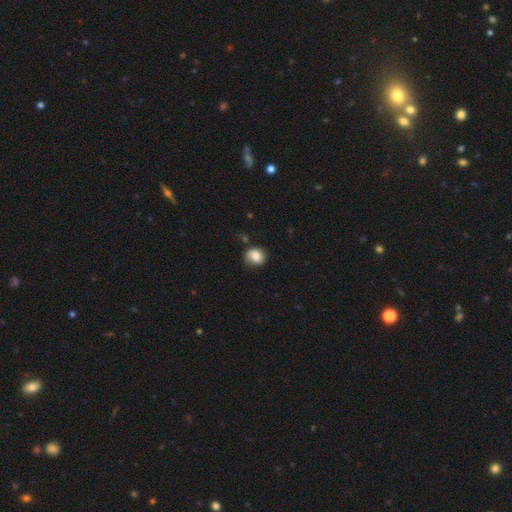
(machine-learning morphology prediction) A smooth galaxy with no disk features (76%) that is round (67%).

Vote fractions:
- Smooth or featured? smooth: 76% / featured or disk: 15% / star or artifact: 9%
- How rounded? round: 67% / in between: 32% / cigar-shaped: 1%
- Merging? none: 68% / minor disturbance: 24% / major disturbance: 6% / merger: 3%